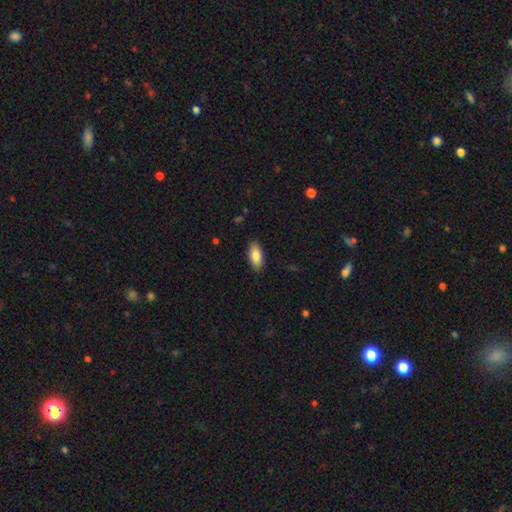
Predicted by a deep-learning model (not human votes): A smooth galaxy with no disk features (85%) that is in between round and cigar-shaped (89%). Merging: none (88%).